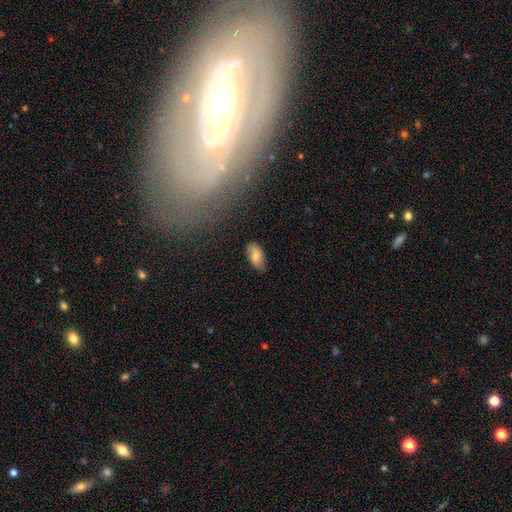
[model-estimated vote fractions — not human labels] Smooth or featured?
  - smooth: 74% *
  - featured or disk: 19%
  - star or artifact: 8%
How rounded?
  - in between: 93% *
  - round: 4%
  - cigar-shaped: 3%
Merging?
  - none: 73% *
  - minor disturbance: 22%
  - major disturbance: 4%
  - merger: 2%